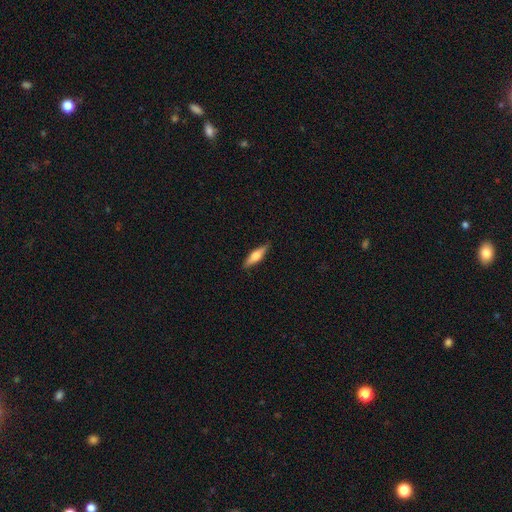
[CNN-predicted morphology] This is possibly a smooth galaxy (49%). Merging: clearly none (87%).